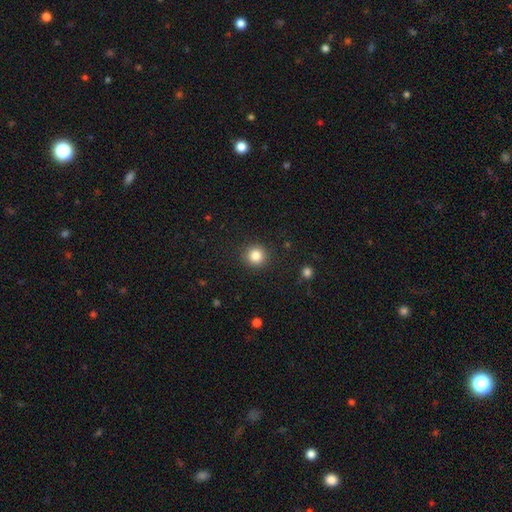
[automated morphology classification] Q: Smooth or featured?
A: smooth (84%); runner-up: star or artifact (11%)
Q: How rounded?
A: round (94%); runner-up: in between (5%)
Q: Merging?
A: none (91%); runner-up: minor disturbance (6%)